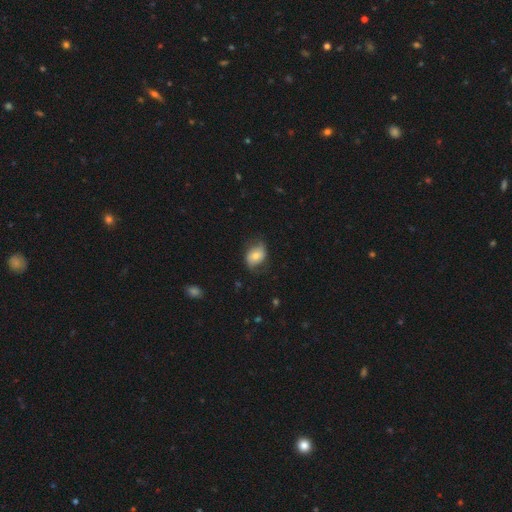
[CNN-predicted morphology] smooth-or-featured: smooth: 66% | featured or disk: 26% | star or artifact: 8%
  how-rounded: in between: 76% | round: 23% | cigar-shaped: 1%
  merging: none: 64% | minor disturbance: 25% | major disturbance: 10% | merger: 1%